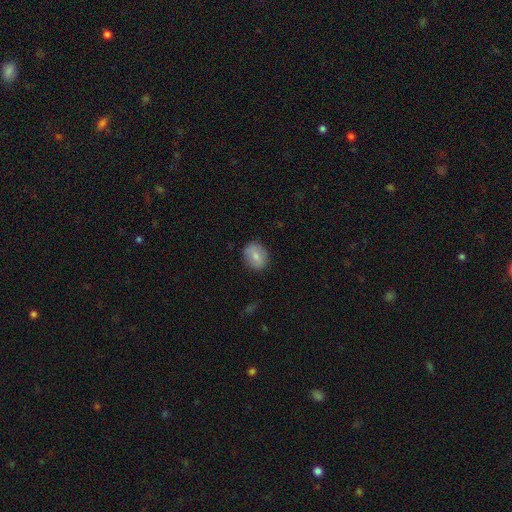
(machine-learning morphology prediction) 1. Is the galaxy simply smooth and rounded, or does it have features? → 77% smooth, 15% featured or disk, 8% star or artifact.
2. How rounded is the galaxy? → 54% round, 45% in between, 1% cigar-shaped.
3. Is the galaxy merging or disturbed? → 84% none, 12% minor disturbance, 3% major disturbance, 1% merger.